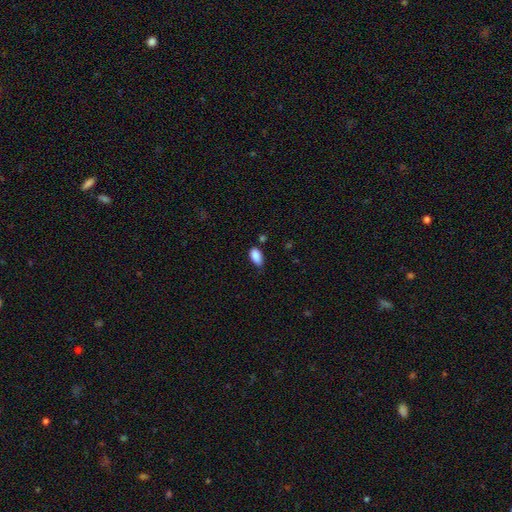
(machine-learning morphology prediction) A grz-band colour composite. It shows a smooth galaxy with no disk features (88%) that is in between round and cigar-shaped (92%). Merging: none (60%).